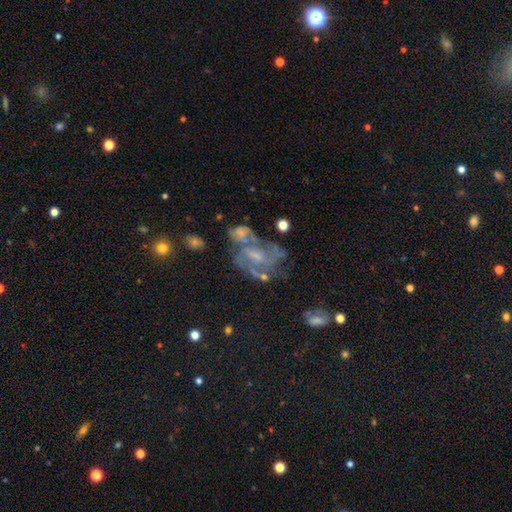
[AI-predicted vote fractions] Smooth or featured? featured or disk (73%)
Edge-on disk? no (97%)
Bar? no (46%)
Spiral arms? yes (73%)
Spiral winding? medium (47%)
Spiral arm count? can't tell (36%)
Bulge size? small (47%)
Merging? none (41%)